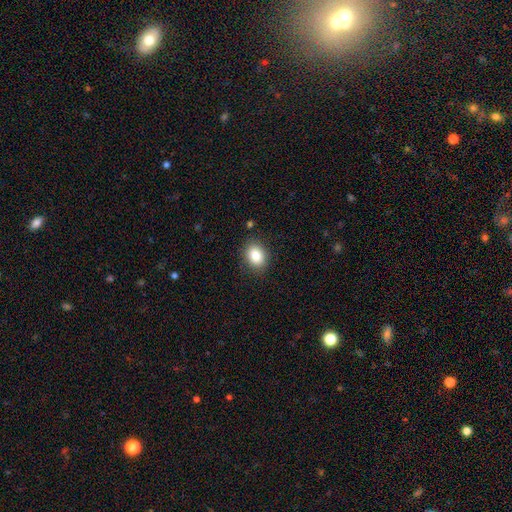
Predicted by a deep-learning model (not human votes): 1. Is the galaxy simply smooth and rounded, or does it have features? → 85% smooth, 9% star or artifact, 6% featured or disk.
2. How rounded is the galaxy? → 62% in between, 37% round, 1% cigar-shaped.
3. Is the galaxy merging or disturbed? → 87% none, 9% minor disturbance, 3% major disturbance, 1% merger.